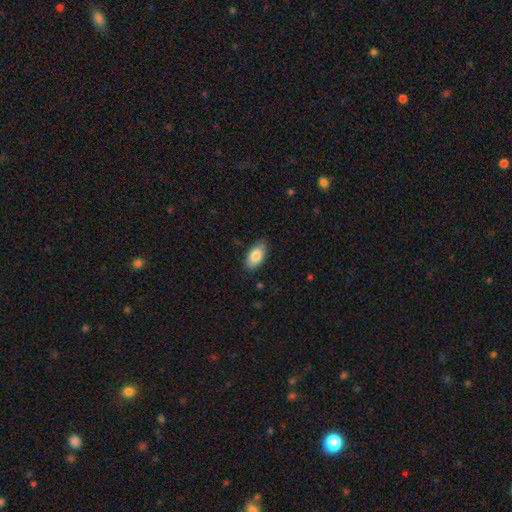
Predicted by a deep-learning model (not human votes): Smooth or featured: smooth — 84% (featured or disk — 10%)
How rounded: in between — 93% (cigar-shaped — 4%)
Merging: none — 84% (minor disturbance — 13%)